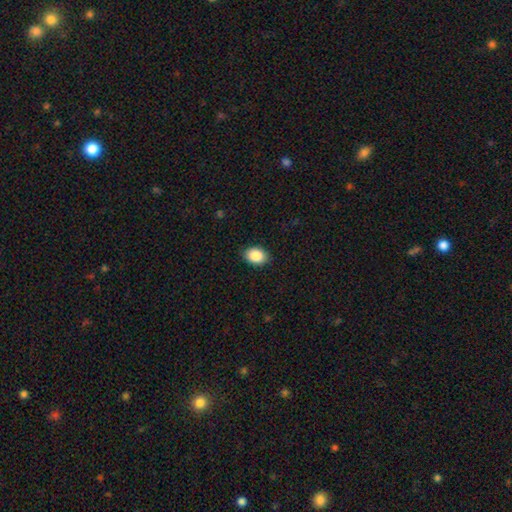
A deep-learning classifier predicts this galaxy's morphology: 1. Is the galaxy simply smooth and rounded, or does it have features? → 89% smooth, 7% star or artifact, 4% featured or disk.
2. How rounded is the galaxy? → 77% in between, 22% round, 1% cigar-shaped.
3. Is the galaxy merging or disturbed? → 88% none, 9% minor disturbance, 2% major disturbance, 1% merger.